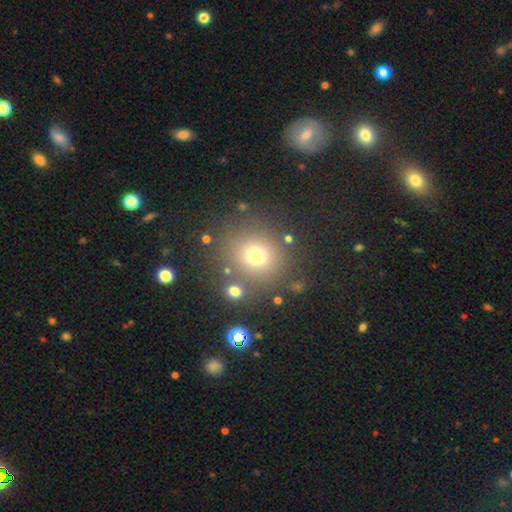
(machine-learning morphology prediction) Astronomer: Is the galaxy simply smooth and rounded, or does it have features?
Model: smooth — 71%.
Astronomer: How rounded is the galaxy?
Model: round — 87%.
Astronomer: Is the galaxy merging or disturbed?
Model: none — 79%.